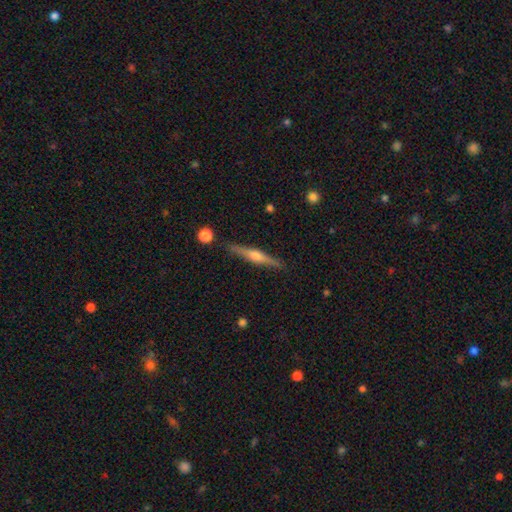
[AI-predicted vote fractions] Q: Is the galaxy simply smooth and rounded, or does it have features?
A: featured or disk — 75%.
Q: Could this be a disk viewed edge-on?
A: yes — 98%.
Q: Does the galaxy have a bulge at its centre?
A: rounded — 91%.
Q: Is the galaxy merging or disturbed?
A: none — 90%.